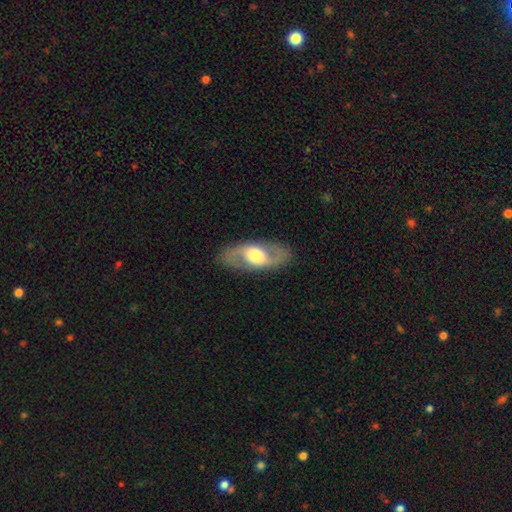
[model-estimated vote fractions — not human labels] Smooth or featured? featured or disk (72%)
Edge-on disk? no (91%)
Bar? no (52%)
Spiral arms? yes (79%)
Spiral winding? loose (44%)
Spiral arm count? 2 (91%)
Bulge size? moderate (55%)
Merging? none (85%)